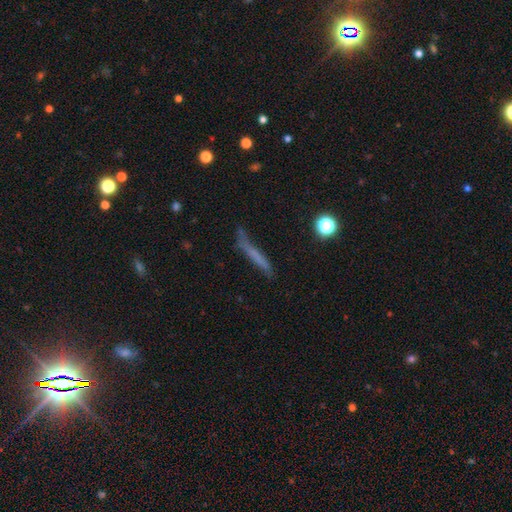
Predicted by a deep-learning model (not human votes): This is possibly a smooth galaxy (56%). How rounded: clearly cigar-shaped (93%). Merging: likely none (64%).